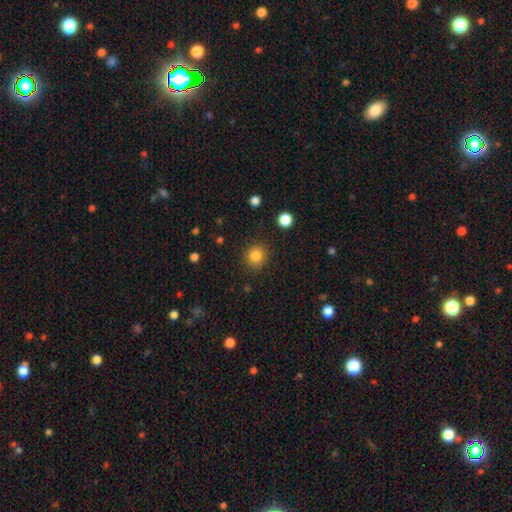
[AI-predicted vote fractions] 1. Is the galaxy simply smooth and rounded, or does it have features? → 84% smooth, 11% star or artifact, 5% featured or disk.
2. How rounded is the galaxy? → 88% round, 11% in between, 1% cigar-shaped.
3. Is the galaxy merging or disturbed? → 88% none, 8% minor disturbance, 3% major disturbance, 1% merger.